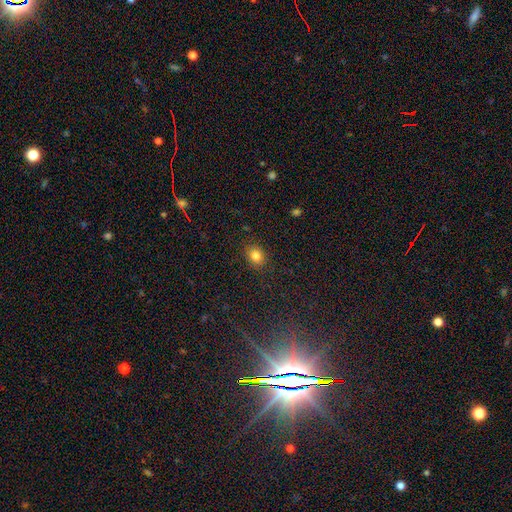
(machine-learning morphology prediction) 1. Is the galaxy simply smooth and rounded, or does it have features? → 82% smooth, 12% star or artifact, 6% featured or disk.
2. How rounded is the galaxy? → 59% round, 40% in between, 1% cigar-shaped.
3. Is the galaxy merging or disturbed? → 87% none, 9% minor disturbance, 3% major disturbance, 1% merger.